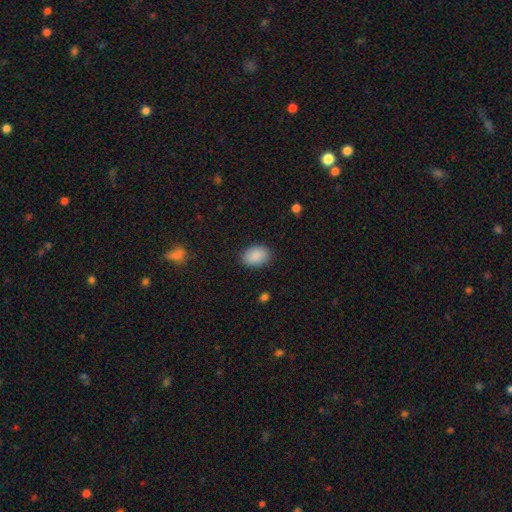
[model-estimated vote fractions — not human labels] Smooth or featured? smooth (90%)
How rounded? in between (84%)
Merging? none (87%)